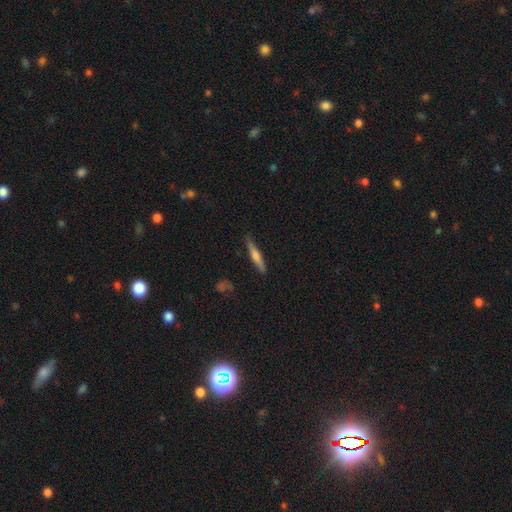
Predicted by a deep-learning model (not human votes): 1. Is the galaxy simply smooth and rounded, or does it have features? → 48% featured or disk, 46% smooth, 6% star or artifact.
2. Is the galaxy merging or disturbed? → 87% none, 10% minor disturbance, 2% major disturbance, 1% merger.